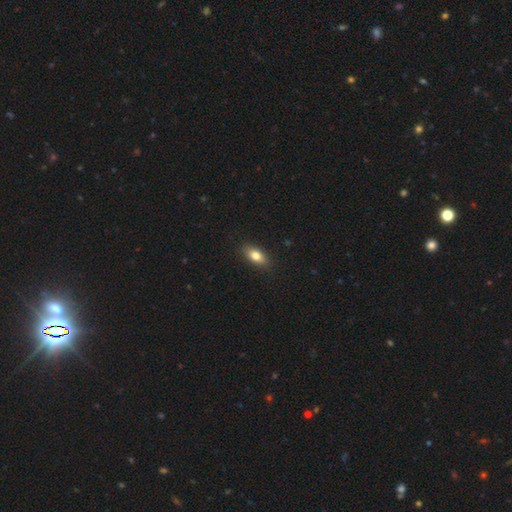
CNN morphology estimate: Smooth or featured: smooth — 79% (featured or disk — 13%)
How rounded: in between — 86% (cigar-shaped — 8%)
Merging: none — 88% (minor disturbance — 9%)